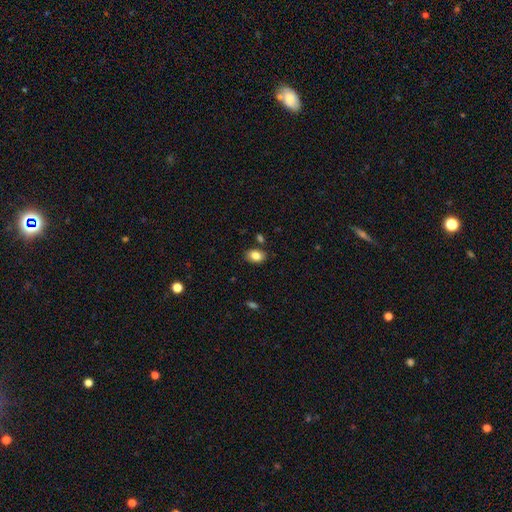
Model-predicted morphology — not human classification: A smooth galaxy with no disk features (84%) that is in between round and cigar-shaped (76%).

Vote fractions:
- Smooth or featured? smooth: 84% / star or artifact: 9% / featured or disk: 7%
- How rounded? in between: 76% / round: 23% / cigar-shaped: 1%
- Merging? none: 83% / minor disturbance: 10% / merger: 4% / major disturbance: 2%